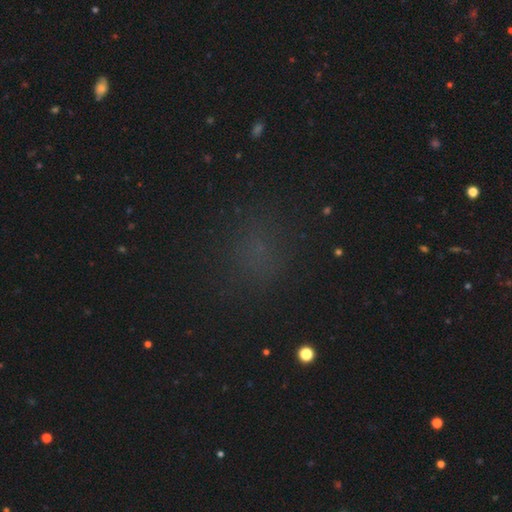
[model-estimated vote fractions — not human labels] Overall: smooth (51%; star or artifact 40%). How rounded: round (73%). Merging: none (83%).